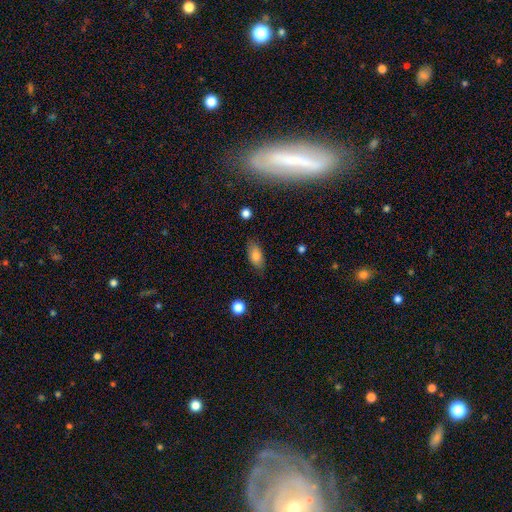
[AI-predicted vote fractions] Smooth or featured?
  - smooth: 77% *
  - featured or disk: 15%
  - star or artifact: 8%
How rounded?
  - in between: 87% *
  - cigar-shaped: 9%
  - round: 4%
Merging?
  - none: 80% *
  - minor disturbance: 15%
  - major disturbance: 3%
  - merger: 1%